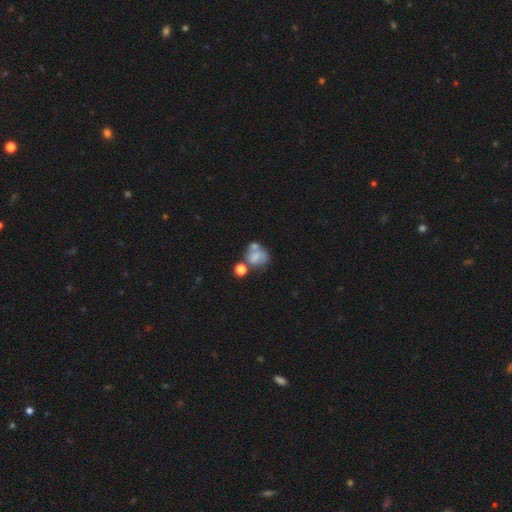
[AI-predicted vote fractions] Smooth or featured? Predicted: smooth (p=0.60). How rounded? Predicted: round (p=0.58). Merging? Predicted: merger (p=0.37).